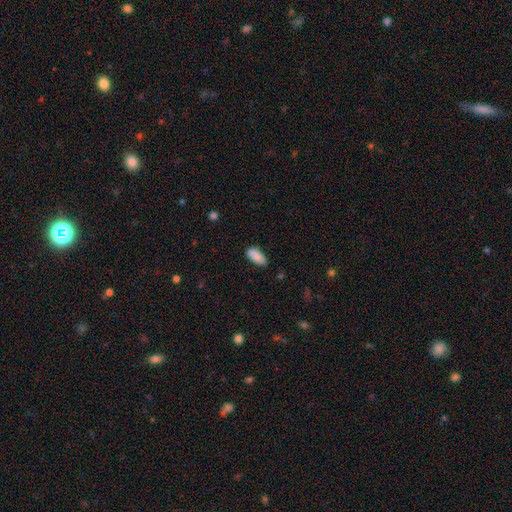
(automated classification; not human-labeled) Overall: smooth (87%). How rounded: in between (90%). Merging: none (74%).